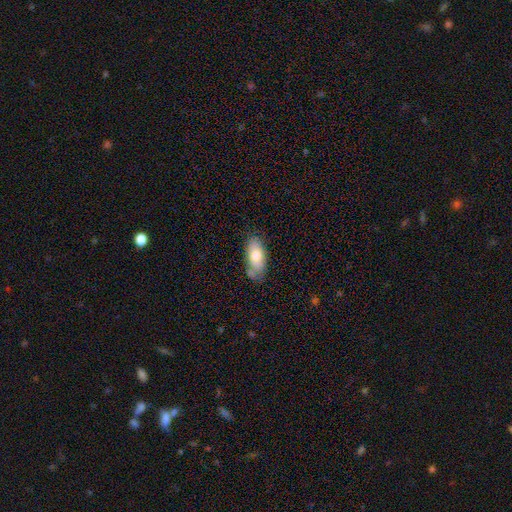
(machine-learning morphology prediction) Smooth or featured?
  - smooth: 73% *
  - featured or disk: 20%
  - star or artifact: 6%
How rounded?
  - in between: 88% *
  - cigar-shaped: 9%
  - round: 3%
Merging?
  - none: 62% *
  - minor disturbance: 26%
  - merger: 6%
  - major disturbance: 6%